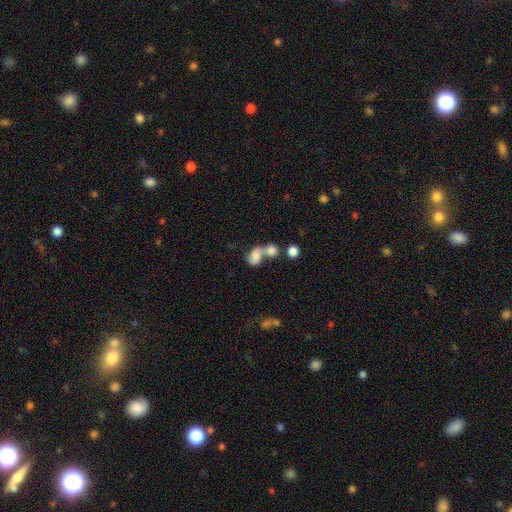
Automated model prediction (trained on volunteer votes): This is likely a smooth galaxy (65%). How rounded: likely in between (64%). Merging: likely merger (66%).